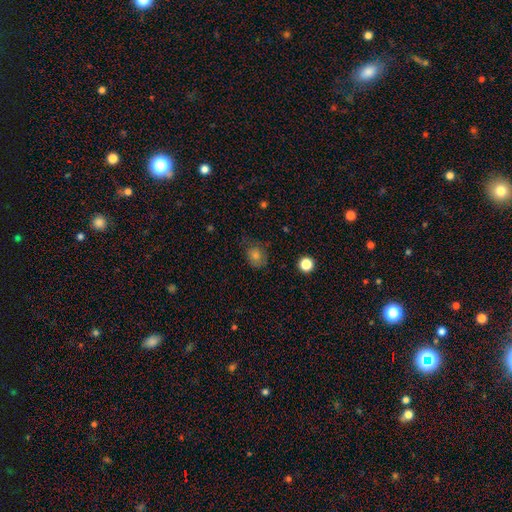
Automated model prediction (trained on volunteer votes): Smooth or featured? smooth (76%)
How rounded? round (58%)
Merging? none (64%)